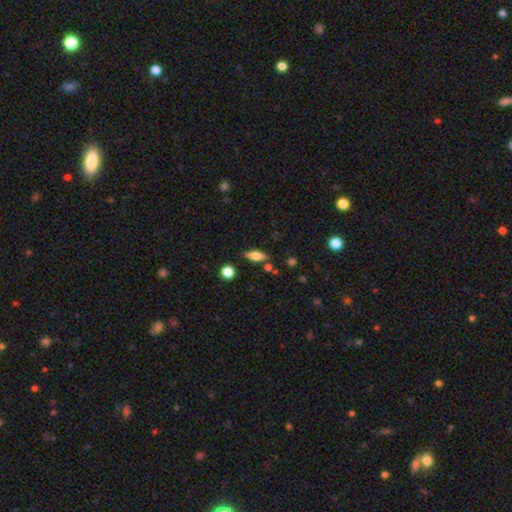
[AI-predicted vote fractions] Overall: smooth (59%; featured or disk 32%). How rounded: in between (61%; cigar-shaped 34%). Merging: none (80%).